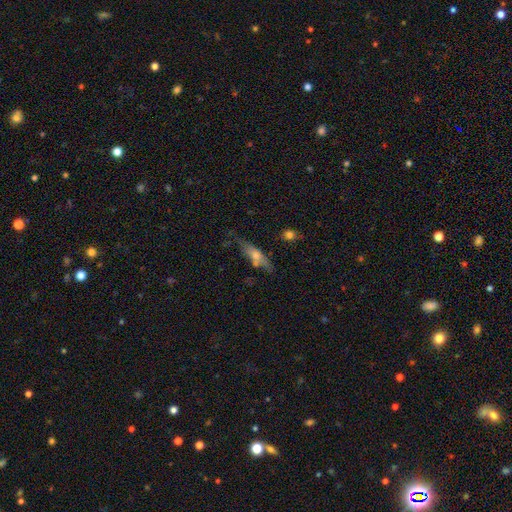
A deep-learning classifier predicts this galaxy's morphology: The model was most divided on "smooth or featured" (2-way tie): smooth: 46%, featured or disk: 46%, star or artifact: 8%. More confident: merging — none (65%).